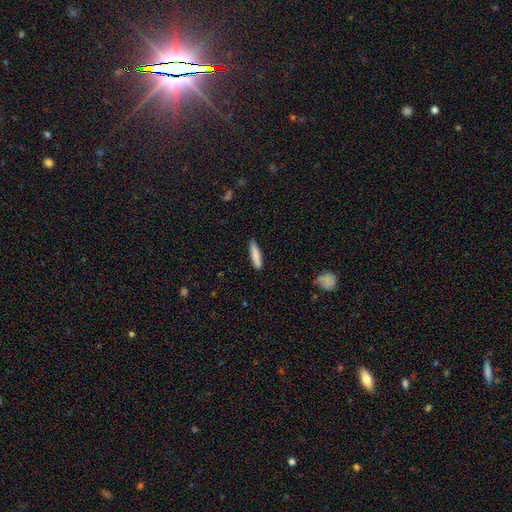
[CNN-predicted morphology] This is clearly a smooth galaxy (84%). How rounded: clearly cigar-shaped (83%). Merging: clearly none (83%).